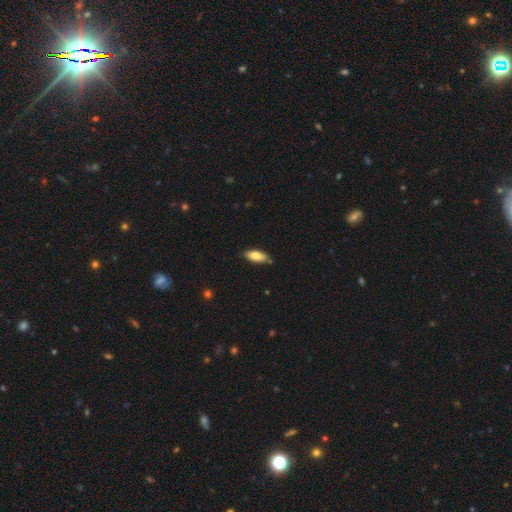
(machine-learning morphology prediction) smooth-or-featured: smooth: 81% | featured or disk: 13% | star or artifact: 6%
  how-rounded: in between: 84% | cigar-shaped: 14% | round: 2%
  merging: none: 79% | minor disturbance: 16% | merger: 2% | major disturbance: 2%